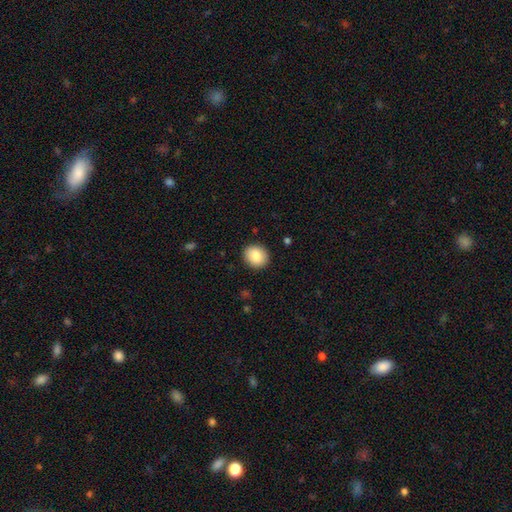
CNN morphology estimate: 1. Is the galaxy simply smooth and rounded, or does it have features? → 85% smooth, 8% star or artifact, 7% featured or disk.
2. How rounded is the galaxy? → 74% round, 25% in between, 1% cigar-shaped.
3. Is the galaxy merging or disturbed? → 91% none, 7% minor disturbance, 2% major disturbance, 1% merger.